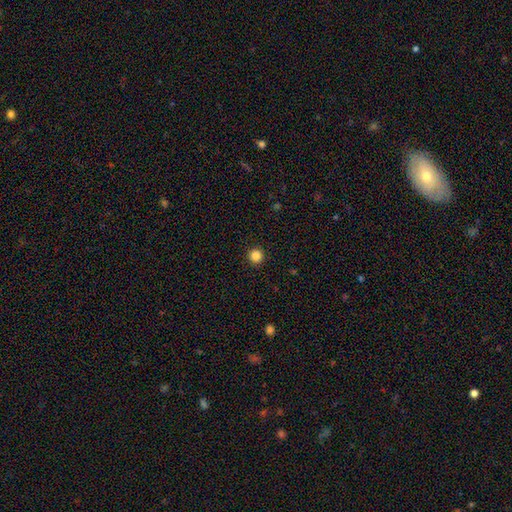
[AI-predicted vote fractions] Q: Smooth or featured?
A: smooth (85%); runner-up: star or artifact (11%)
Q: How rounded?
A: round (95%); runner-up: in between (4%)
Q: Merging?
A: none (93%); runner-up: minor disturbance (4%)